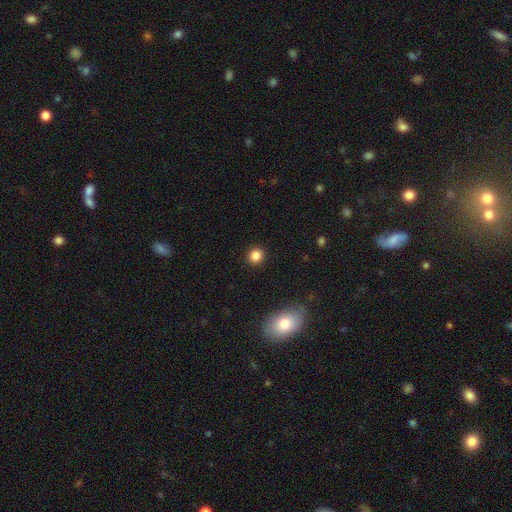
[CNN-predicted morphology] A smooth galaxy with no disk features (85%) that is round (88%).

Vote fractions:
- Smooth or featured? smooth: 85% / star or artifact: 11% / featured or disk: 4%
- How rounded? round: 88% / in between: 11% / cigar-shaped: 1%
- Merging? none: 92% / minor disturbance: 5% / major disturbance: 2% / merger: 1%